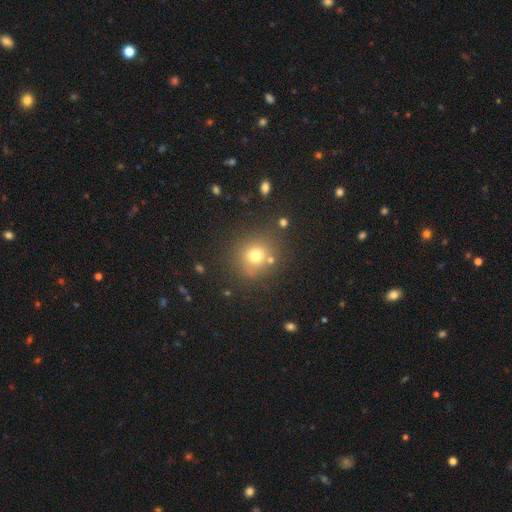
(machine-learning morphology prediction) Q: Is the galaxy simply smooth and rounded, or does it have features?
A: smooth — 71%.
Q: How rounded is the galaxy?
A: round — 85%.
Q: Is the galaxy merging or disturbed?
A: none — 76%.